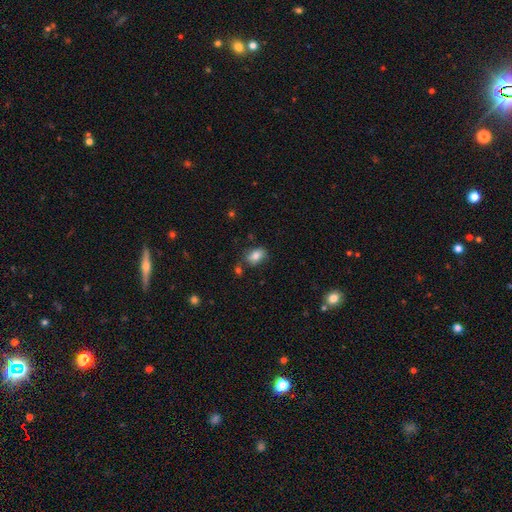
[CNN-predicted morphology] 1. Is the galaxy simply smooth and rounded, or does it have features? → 81% smooth, 10% featured or disk, 9% star or artifact.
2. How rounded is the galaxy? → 87% in between, 11% round, 2% cigar-shaped.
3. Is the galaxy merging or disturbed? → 71% none, 17% minor disturbance, 8% merger, 4% major disturbance.